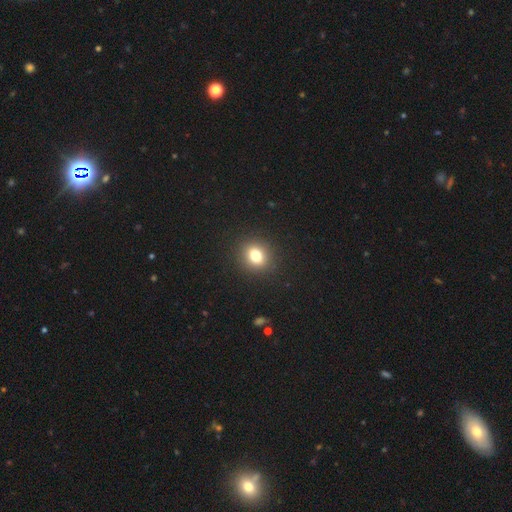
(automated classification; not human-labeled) Smooth or featured? Predicted: smooth (p=0.78). How rounded? Predicted: round (p=0.65). Merging? Predicted: none (p=0.90).